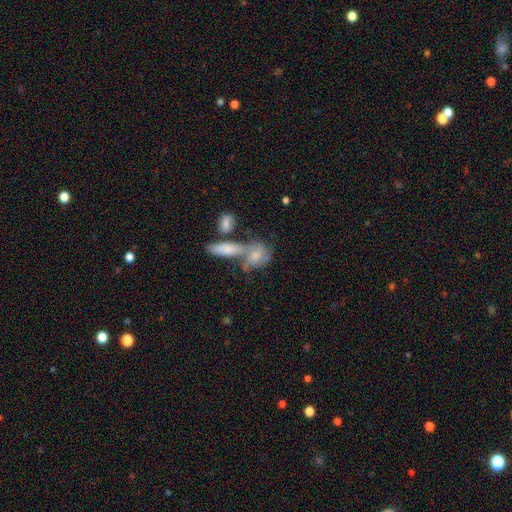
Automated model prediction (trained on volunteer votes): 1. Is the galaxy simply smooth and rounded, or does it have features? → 57% smooth, 35% featured or disk, 8% star or artifact.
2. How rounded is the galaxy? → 68% in between, 21% round, 11% cigar-shaped.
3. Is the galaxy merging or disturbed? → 47% merger, 28% none, 14% minor disturbance, 11% major disturbance.